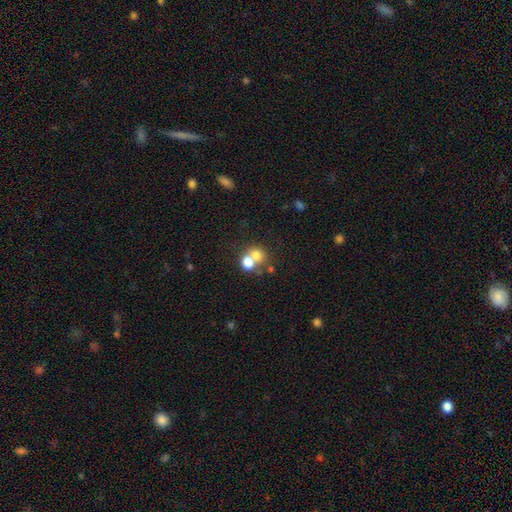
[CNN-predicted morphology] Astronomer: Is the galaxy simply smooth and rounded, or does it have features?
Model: smooth — 71%.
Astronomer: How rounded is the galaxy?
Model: round — 67%.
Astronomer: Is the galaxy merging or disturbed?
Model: merger — 53% (runner-up: none, 36%).